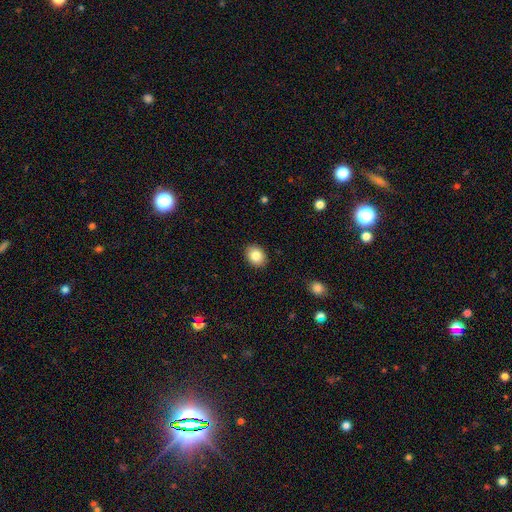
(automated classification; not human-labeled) smooth 86%, star or artifact 8%, featured or disk 6%. Down the decision tree: how rounded — in between (55%); merging — none (89%).